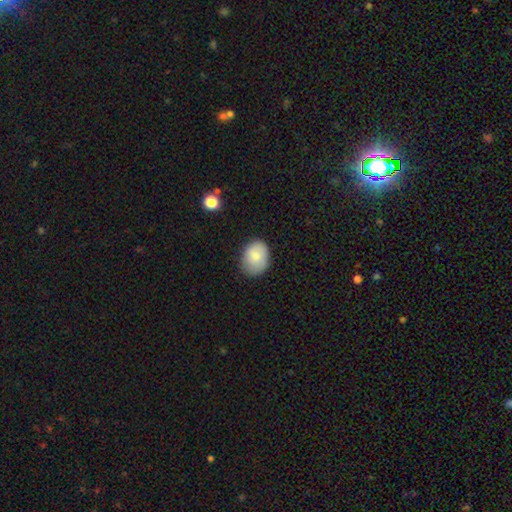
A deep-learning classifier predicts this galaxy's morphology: Overall: smooth (81%). How rounded: in between (63%; round 36%). Merging: none (74%).